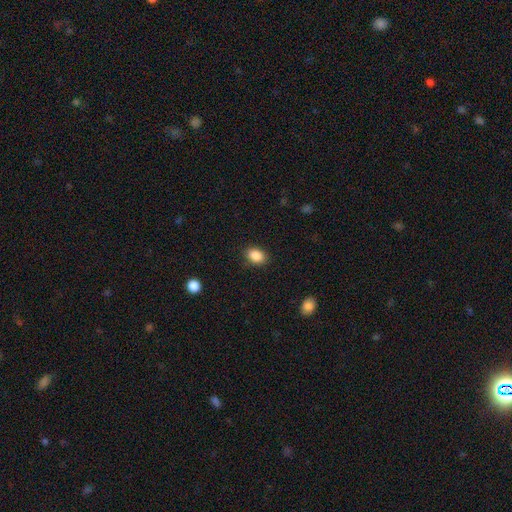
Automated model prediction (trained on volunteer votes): Smooth or featured? Predicted: smooth (p=0.87). How rounded? Predicted: in between (p=0.74). Merging? Predicted: none (p=0.88).